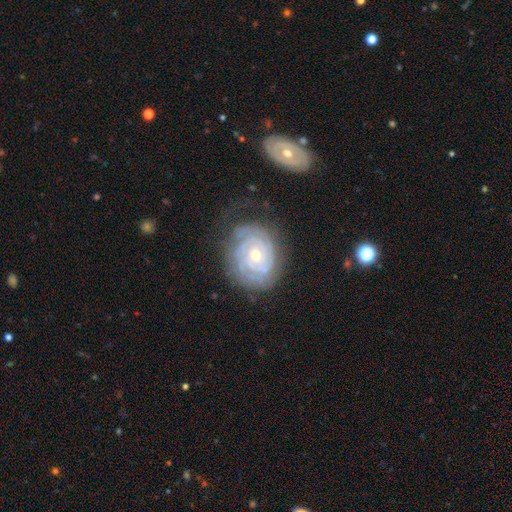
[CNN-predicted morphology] A featured or disk galaxy (85%) with no bar (75%), tight (83%) spiral arms (95%) and a small central bulge (54%).

Vote fractions:
- Smooth or featured? featured or disk: 85% / smooth: 9% / star or artifact: 6%
- Edge-on disk? no: 97% / yes: 3%
- Bar? no: 75% / weak: 19% / strong: 5%
- Spiral arms? yes: 95% / no: 5%
- Spiral winding? tight: 83% / medium: 14% / loose: 3%
- Spiral arm count? can't tell: 37% / 2: 19% / 3: 18% / 4: 13% / more than 4: 7% / 1: 6%
- Bulge size? small: 54% / moderate: 43% / large: 1% / none: 1% / dominant: 1%
- Merging? none: 69% / minor disturbance: 19% / major disturbance: 9% / merger: 3%